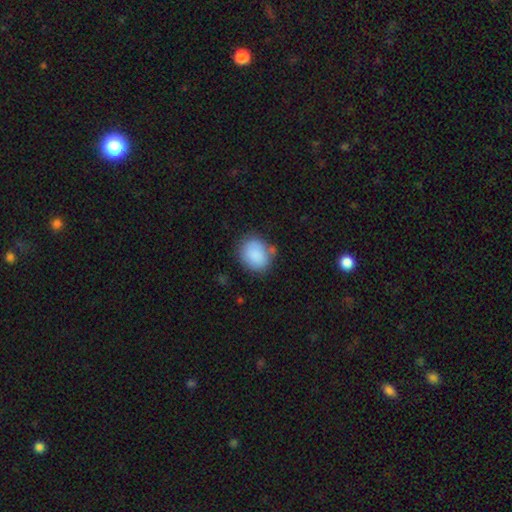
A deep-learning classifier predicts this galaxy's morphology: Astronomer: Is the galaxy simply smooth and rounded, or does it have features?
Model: smooth — 86%.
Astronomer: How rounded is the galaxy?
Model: round — 59% (runner-up: in between, 40%).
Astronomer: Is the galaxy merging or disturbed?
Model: none — 67%.